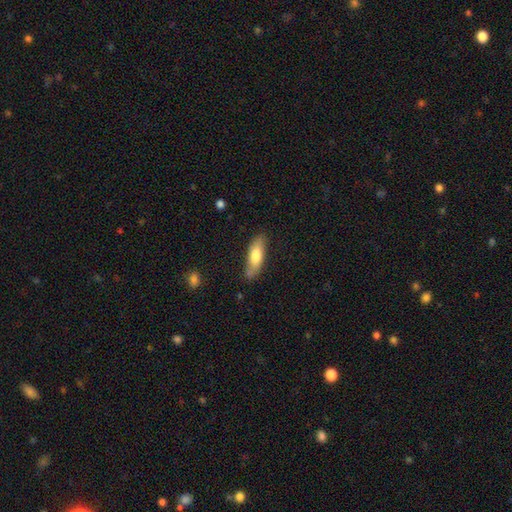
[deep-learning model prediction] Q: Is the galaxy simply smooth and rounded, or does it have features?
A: smooth — 74%.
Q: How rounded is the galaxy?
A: in between — 57%.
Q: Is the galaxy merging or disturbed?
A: none — 75%.